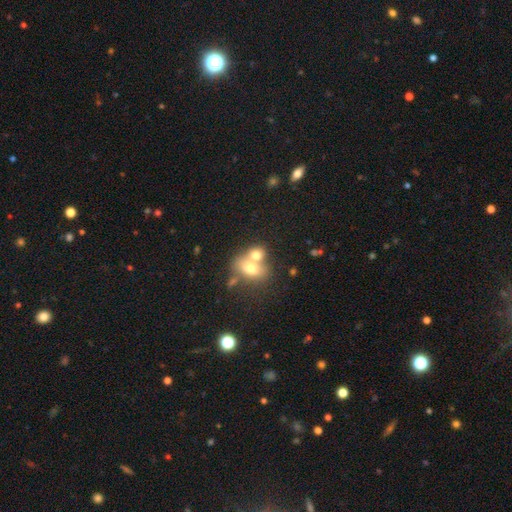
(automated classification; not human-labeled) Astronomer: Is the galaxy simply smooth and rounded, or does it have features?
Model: smooth — 69%.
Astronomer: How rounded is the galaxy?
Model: in between — 65%.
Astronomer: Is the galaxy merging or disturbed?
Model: merger — 61%.